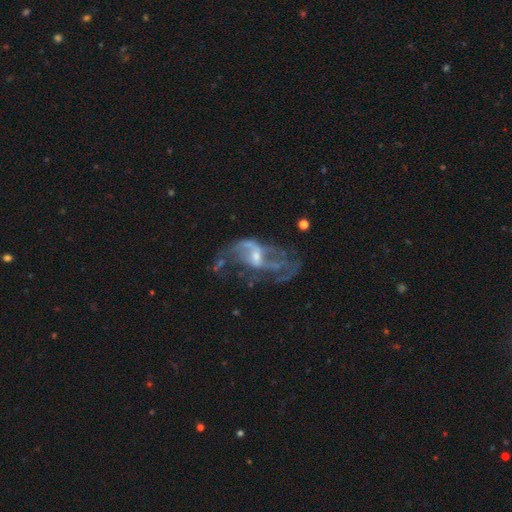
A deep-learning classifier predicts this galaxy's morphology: Smooth or featured? Predicted: featured or disk (p=0.79). Edge-on disk? Predicted: no (p=0.96). Bar? Predicted: weak (p=0.45). Spiral arms? Predicted: yes (p=0.74). Spiral winding? Predicted: loose (p=0.68). Spiral arm count? Predicted: 2 (p=0.59). Bulge size? Predicted: small (p=0.56). Merging? Predicted: major disturbance (p=0.39).